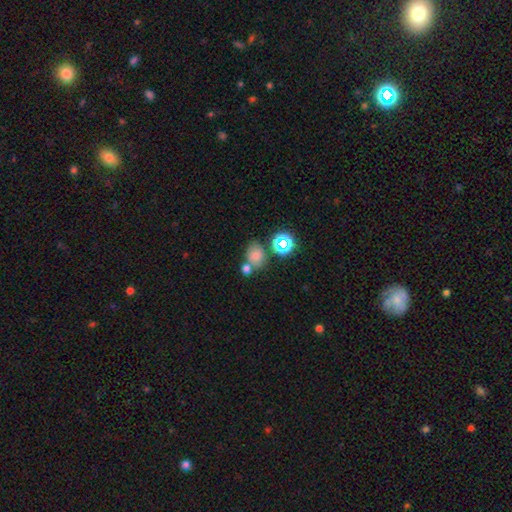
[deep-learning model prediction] Smooth or featured? smooth (71%)
How rounded? round (53%)
Merging? none (54%)